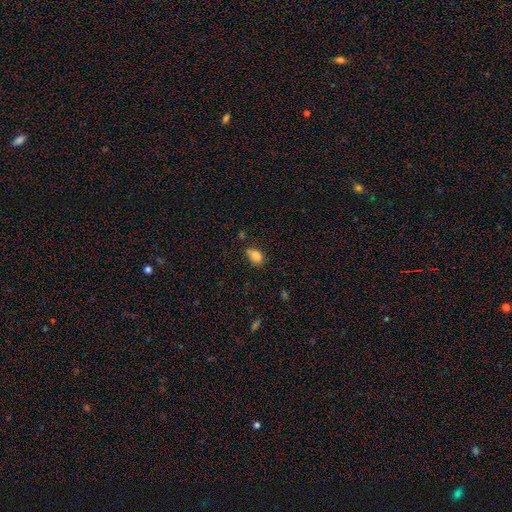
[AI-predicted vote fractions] This appears to be a smooth galaxy with no disk features (84%) that is in between round and cigar-shaped (76%). Merging: none (62%).